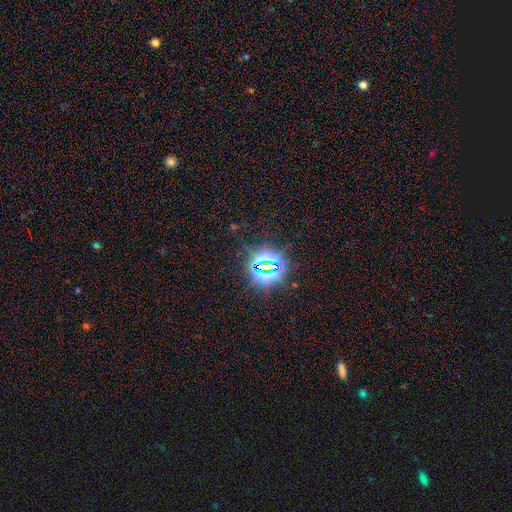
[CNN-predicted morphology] The model was most divided on "smooth or featured": star or artifact: 80%, smooth: 12%, featured or disk: 7%.